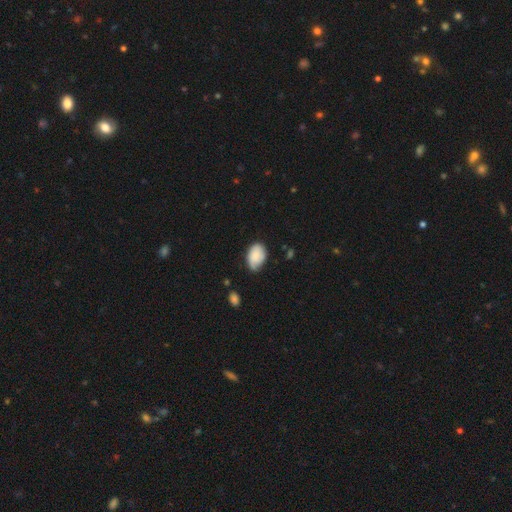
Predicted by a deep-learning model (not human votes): Q: Smooth or featured?
A: smooth (76%); runner-up: featured or disk (17%)
Q: How rounded?
A: in between (87%); runner-up: round (12%)
Q: Merging?
A: none (55%); runner-up: minor disturbance (35%)